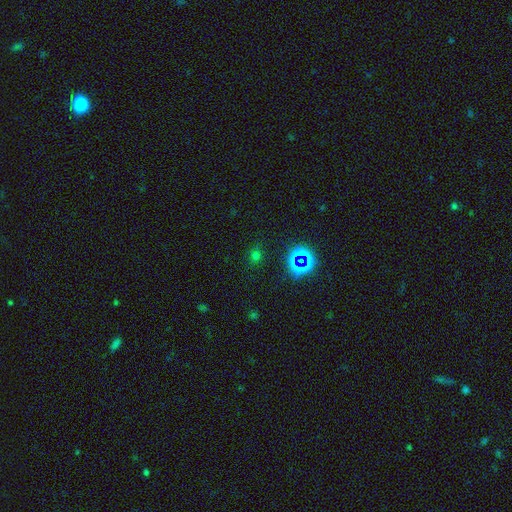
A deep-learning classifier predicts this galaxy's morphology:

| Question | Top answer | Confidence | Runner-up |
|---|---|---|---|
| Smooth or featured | smooth | 51% | star or artifact (43%) |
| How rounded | round | 77% | in between (21%) |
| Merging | none | 80% | minor disturbance (11%) |